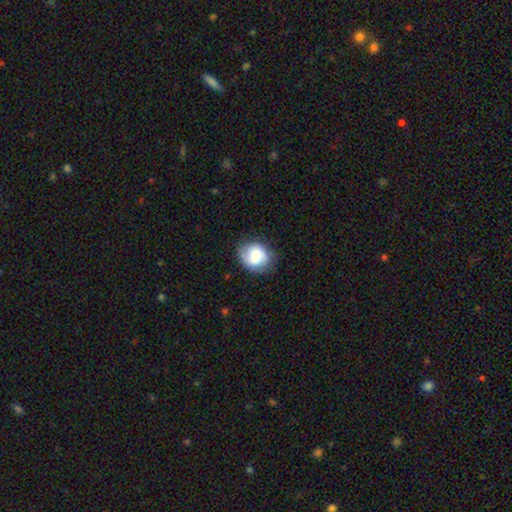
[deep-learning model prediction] Smooth or featured?
  - smooth: 65% *
  - featured or disk: 27%
  - star or artifact: 8%
How rounded?
  - round: 62% *
  - in between: 37%
  - cigar-shaped: 1%
Merging?
  - none: 74% *
  - minor disturbance: 19%
  - major disturbance: 6%
  - merger: 1%